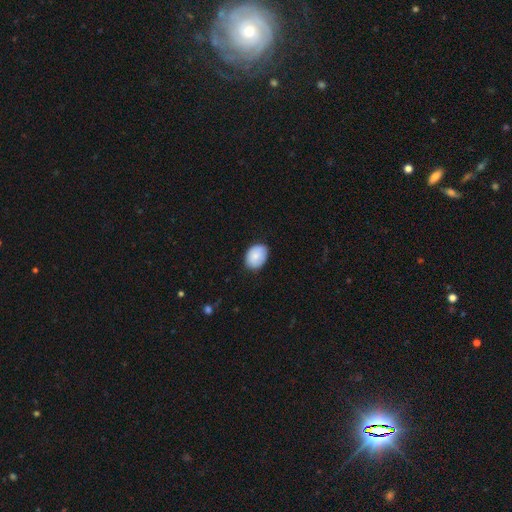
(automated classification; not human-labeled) Smooth or featured? Predicted: smooth (p=0.85). How rounded? Predicted: in between (p=0.70). Merging? Predicted: none (p=0.81).